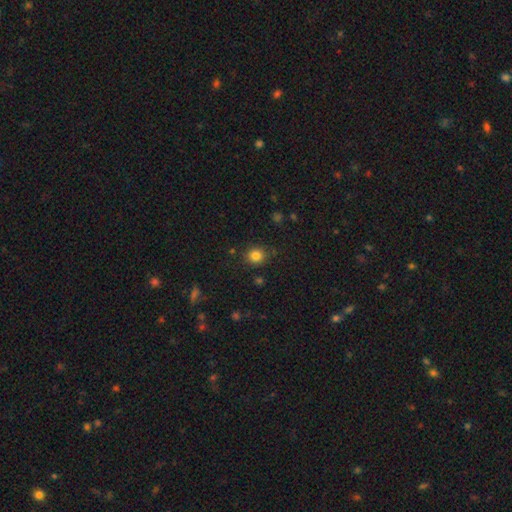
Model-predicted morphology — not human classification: Smooth or featured? Predicted: smooth (p=0.83). How rounded? Predicted: round (p=0.81). Merging? Predicted: none (p=0.83).